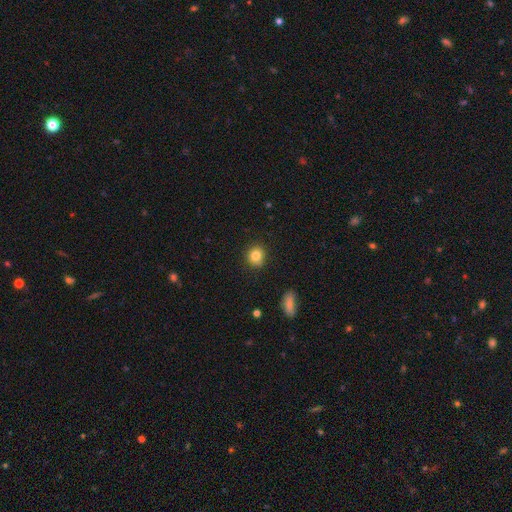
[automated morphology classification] Smooth or featured: smooth — 83% (star or artifact — 10%)
How rounded: round — 83% (in between — 16%)
Merging: none — 85% (minor disturbance — 11%)